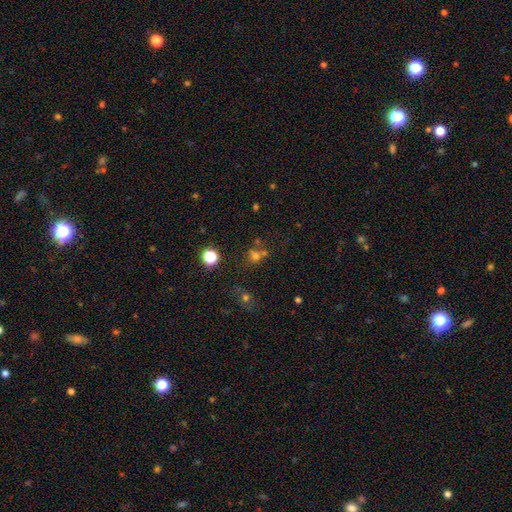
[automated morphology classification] smooth 60%, star or artifact 29%, featured or disk 11%. Down the decision tree: how rounded — round (81%); merging — none (53%).